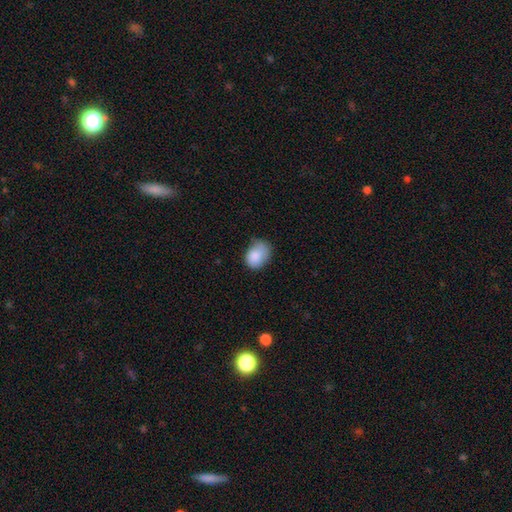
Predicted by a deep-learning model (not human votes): Overall: smooth (85%). How rounded: in between (60%; round 40%). Merging: none (45%; minor disturbance 40%).